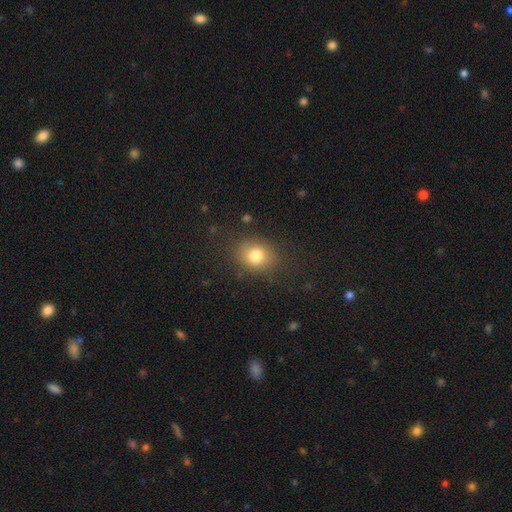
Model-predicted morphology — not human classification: smooth 80%, star or artifact 11%, featured or disk 9%. Down the decision tree: how rounded — round (59%); merging — none (82%).